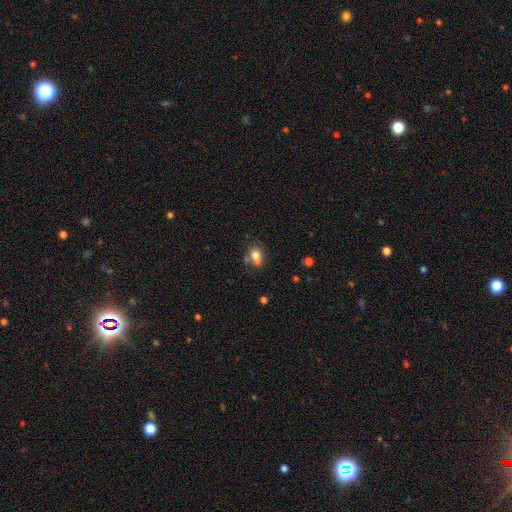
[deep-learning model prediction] The model was most divided on "merging": none: 41%, merger: 36%, minor disturbance: 16%, major disturbance: 7%. More confident: smooth or featured — smooth (73%); how rounded — in between (53%).